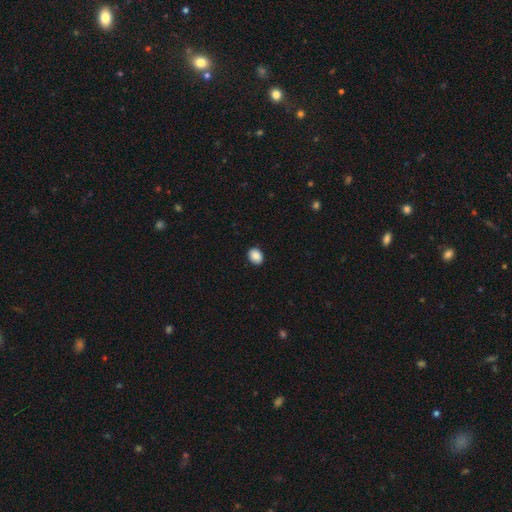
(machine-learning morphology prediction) A smooth galaxy with no disk features (89%) that is in between round and cigar-shaped (59%).

Vote fractions:
- Smooth or featured? smooth: 89% / star or artifact: 8% / featured or disk: 4%
- How rounded? in between: 59% / round: 40% / cigar-shaped: 1%
- Merging? none: 89% / minor disturbance: 9% / major disturbance: 2% / merger: 1%